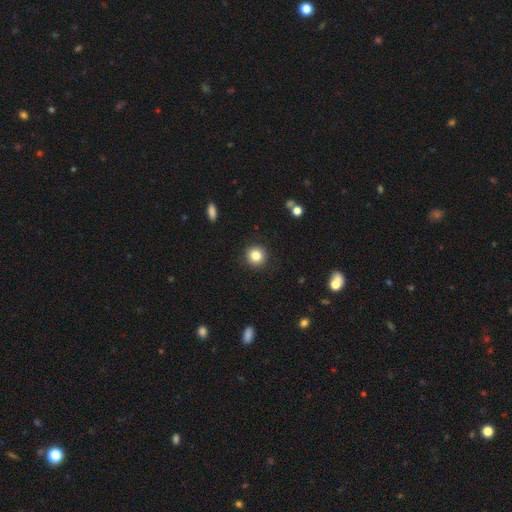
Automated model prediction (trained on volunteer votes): The model was most divided on "smooth or featured": smooth: 82%, star or artifact: 11%, featured or disk: 7%. More confident: how rounded — round (94%); merging — none (92%).